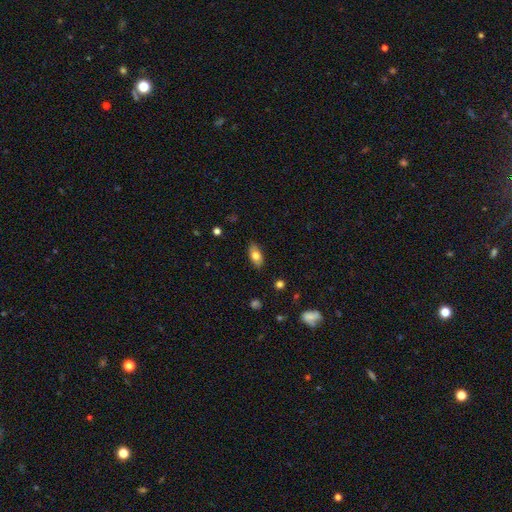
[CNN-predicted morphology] smooth-or-featured: smooth: 76% | featured or disk: 17% | star or artifact: 7%
  how-rounded: in between: 90% | cigar-shaped: 6% | round: 4%
  merging: none: 87% | minor disturbance: 10% | major disturbance: 2% | merger: 1%